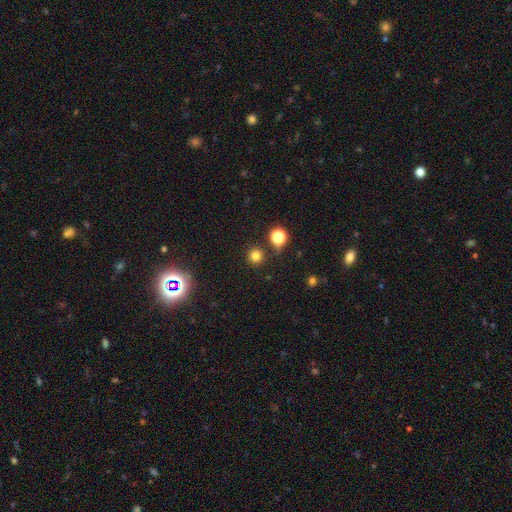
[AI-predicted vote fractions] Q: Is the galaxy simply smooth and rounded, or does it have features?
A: smooth — 78%.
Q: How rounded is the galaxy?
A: round — 94%.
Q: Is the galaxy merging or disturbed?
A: none — 85%.